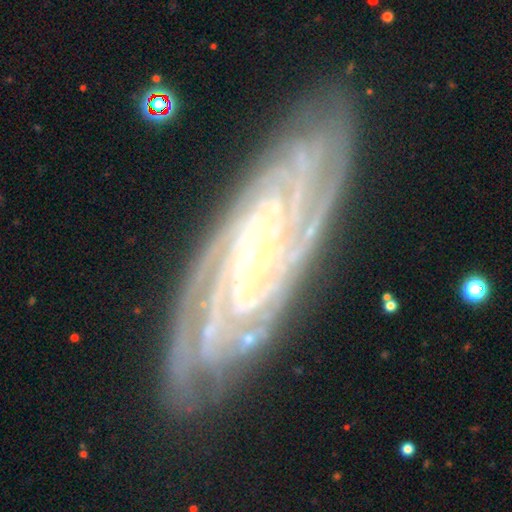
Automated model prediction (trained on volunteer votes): A featured or disk galaxy (90%) with no bar (62%), 4 (25%) tight (81%) spiral arms (98%) and a small central bulge (71%). Merging: none (79%).